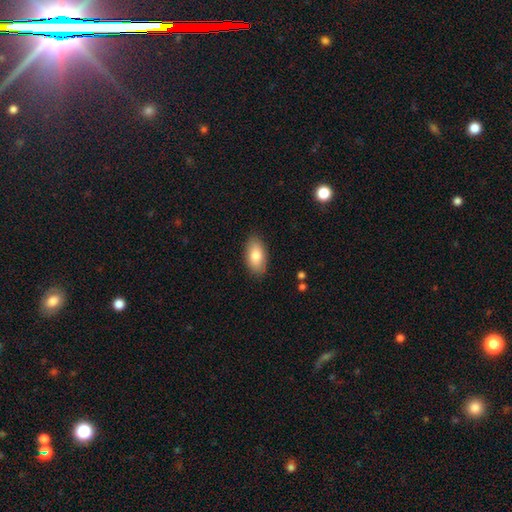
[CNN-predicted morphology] The model was most divided on "smooth or featured": smooth: 81%, featured or disk: 13%, star or artifact: 7%. More confident: how rounded — in between (93%); merging — none (87%).